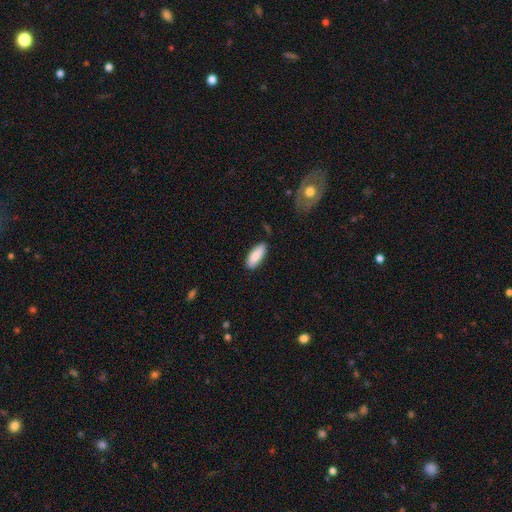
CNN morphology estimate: Smooth or featured?
  - smooth: 85% *
  - featured or disk: 9%
  - star or artifact: 6%
How rounded?
  - in between: 78% *
  - cigar-shaped: 20%
  - round: 2%
Merging?
  - none: 82% *
  - minor disturbance: 14%
  - major disturbance: 2%
  - merger: 2%